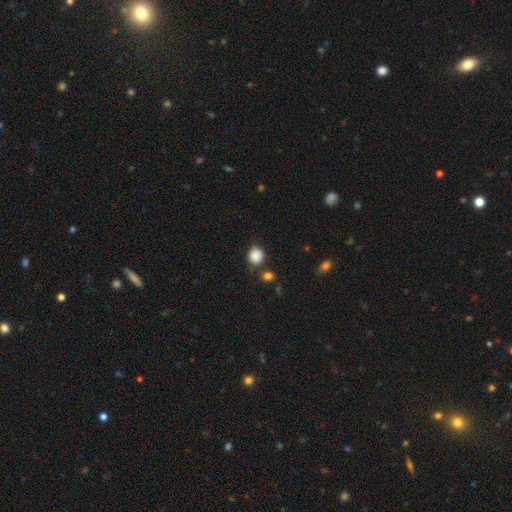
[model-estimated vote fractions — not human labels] Smooth or featured: smooth — 87% (star or artifact — 9%)
How rounded: round — 84% (in between — 15%)
Merging: none — 77% (minor disturbance — 14%)